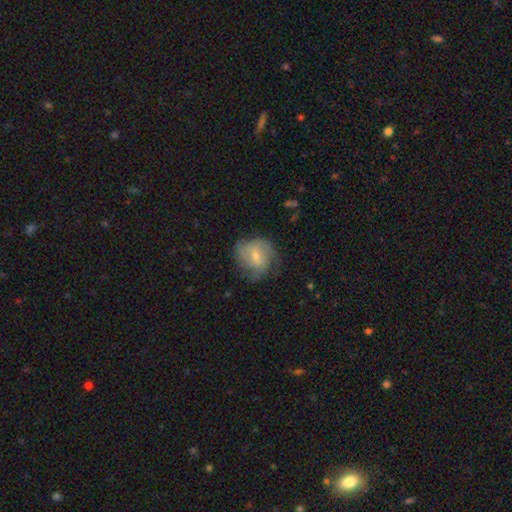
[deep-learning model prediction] smooth-or-featured: featured or disk: 55% | smooth: 38% | star or artifact: 7%
  disk-edge-on: no: 97% | yes: 3%
    bar: weak: 47% | no: 43% | strong: 10%
    has-spiral-arms: yes: 82% | no: 18%
    bulge-size: small: 59% | moderate: 35% | none: 3% | large: 2% | dominant: 1%
  merging: none: 63% | minor disturbance: 25% | major disturbance: 11% | merger: 1%